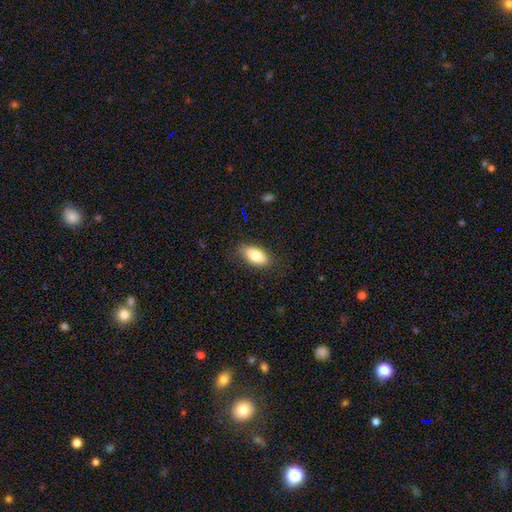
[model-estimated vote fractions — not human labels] Morphology: type=smooth (79%); roundness=in between (90%); merging=none (81%).